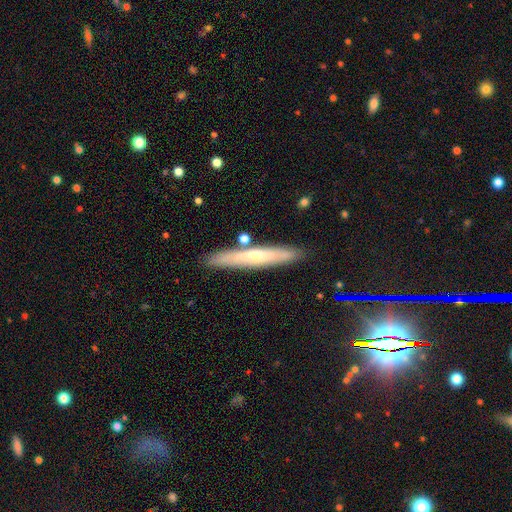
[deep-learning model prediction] This appears to be a smooth galaxy with no disk features (47%). Merging: none (85%).